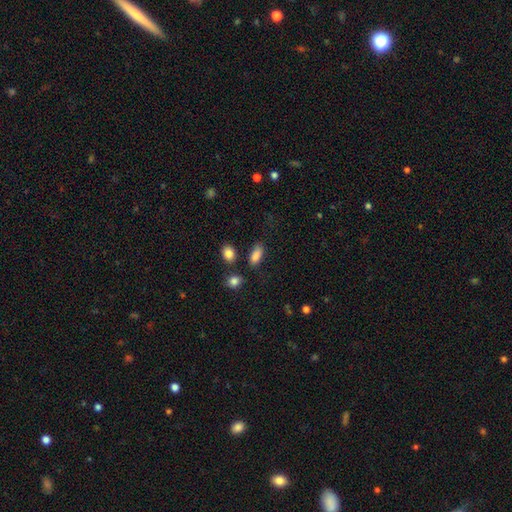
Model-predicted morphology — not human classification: smooth 86%, star or artifact 8%, featured or disk 5%. Down the decision tree: how rounded — in between (86%); merging — none (70%).